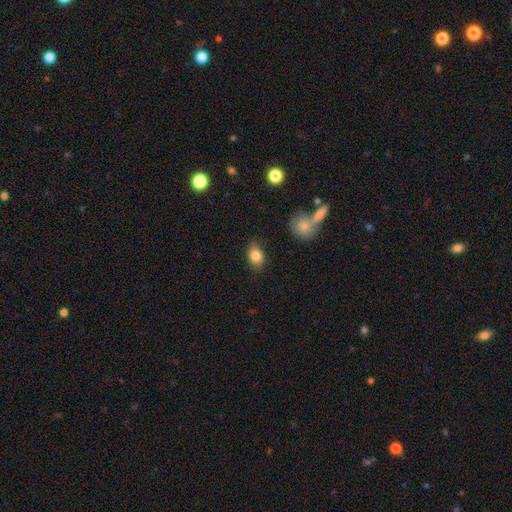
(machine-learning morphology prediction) This is clearly a smooth galaxy (82%). How rounded: likely in between (78%). Merging: clearly none (83%).